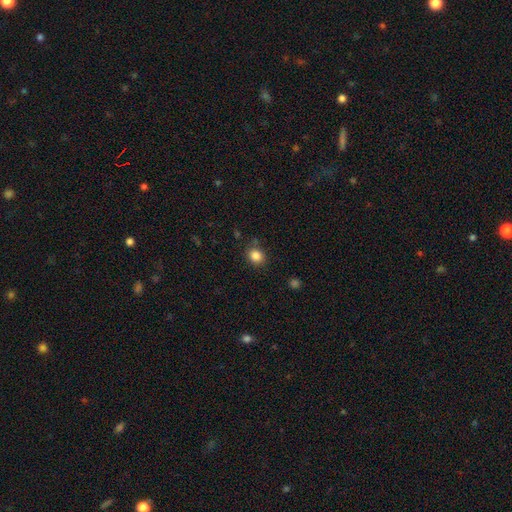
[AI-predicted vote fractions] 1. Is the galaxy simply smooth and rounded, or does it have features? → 84% smooth, 11% star or artifact, 5% featured or disk.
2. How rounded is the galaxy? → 75% round, 24% in between, 1% cigar-shaped.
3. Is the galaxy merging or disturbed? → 83% none, 11% minor disturbance, 3% merger, 3% major disturbance.